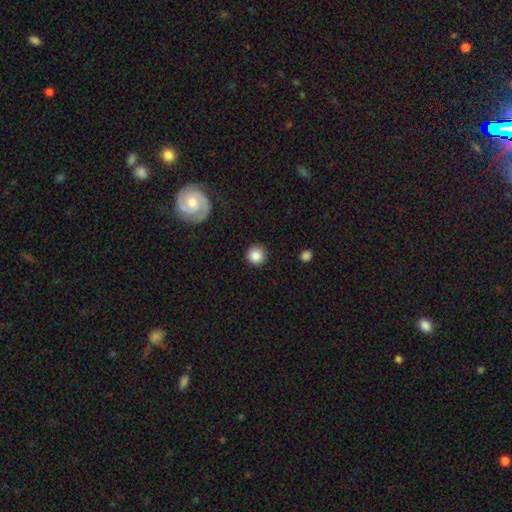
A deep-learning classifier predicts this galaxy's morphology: smooth 86%, star or artifact 9%, featured or disk 5%. Down the decision tree: how rounded — round (95%); merging — none (90%).